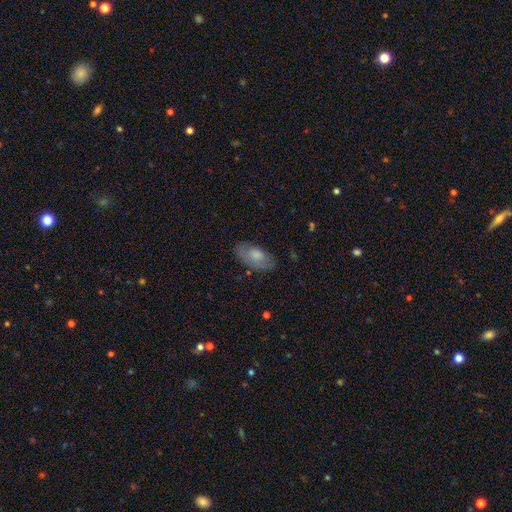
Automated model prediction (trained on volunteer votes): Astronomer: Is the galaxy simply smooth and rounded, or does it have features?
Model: smooth — 69%.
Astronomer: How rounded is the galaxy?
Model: in between — 93%.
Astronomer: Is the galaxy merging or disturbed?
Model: none — 72%.